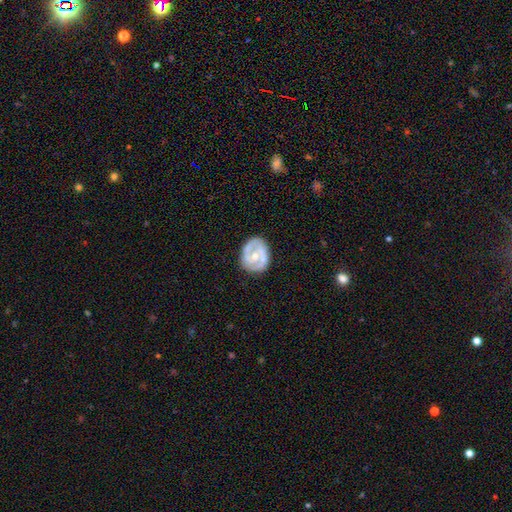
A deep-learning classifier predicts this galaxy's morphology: smooth_or_featured: featured or disk (p=0.75) [alt: smooth p=0.20]
disk_edge_on: no (p=0.97) [alt: yes p=0.03]
bar: no (p=0.49) [alt: weak p=0.38]
has_spiral_arms: yes (p=0.79) [alt: no p=0.21]
spiral_winding: tight (p=0.43) [alt: medium p=0.42]
spiral_arm_count: 2 (p=0.73) [alt: can't tell p=0.13]
bulge_size: moderate (p=0.56) [alt: small p=0.38]
merging: none (p=0.77) [alt: minor disturbance p=0.17]